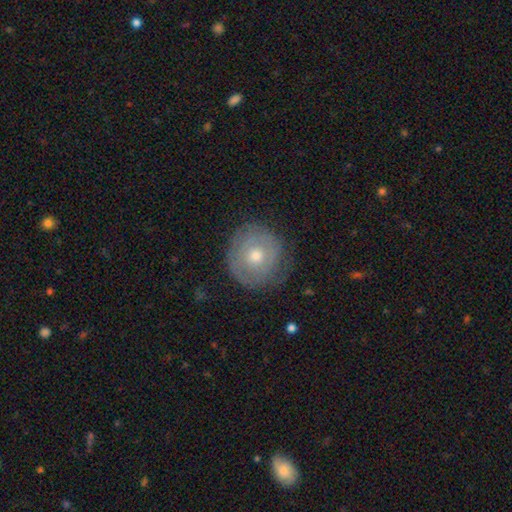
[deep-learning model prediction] Smooth or featured: featured or disk — 47% (smooth — 45%)
Merging: none — 76% (minor disturbance — 17%)